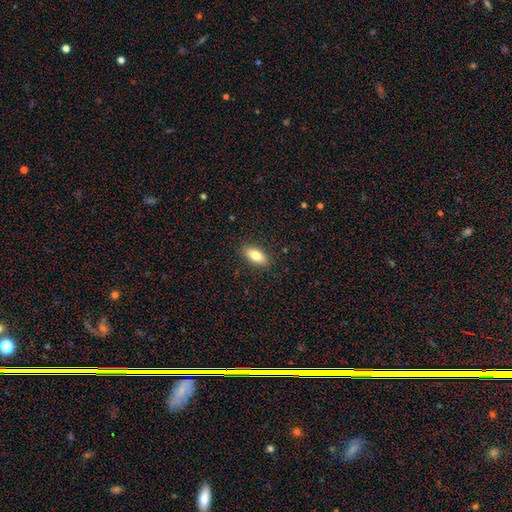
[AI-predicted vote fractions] Smooth or featured?
  - smooth: 78% *
  - featured or disk: 15%
  - star or artifact: 7%
How rounded?
  - in between: 84% *
  - cigar-shaped: 13%
  - round: 3%
Merging?
  - none: 88% *
  - minor disturbance: 9%
  - major disturbance: 2%
  - merger: 1%